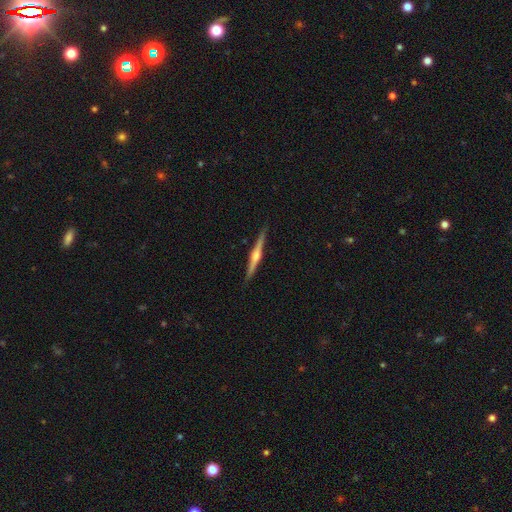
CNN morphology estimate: Smooth or featured?
  - featured or disk: 80% *
  - smooth: 15%
  - star or artifact: 5%
Edge-on disk?
  - yes: 99% *
  - no: 1%
Edge-on bulge?
  - rounded: 86% *
  - boxy: 9%
  - none: 6%
Merging?
  - none: 92% *
  - minor disturbance: 6%
  - major disturbance: 1%
  - merger: 1%